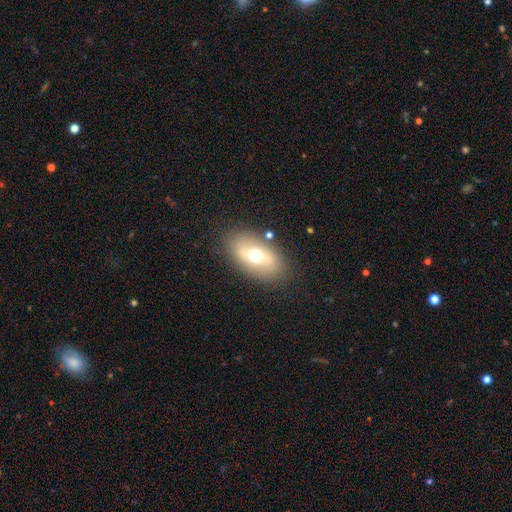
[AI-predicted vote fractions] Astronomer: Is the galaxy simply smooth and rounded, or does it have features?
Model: smooth — 57% (runner-up: featured or disk, 33%).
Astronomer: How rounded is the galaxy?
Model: in between — 87%.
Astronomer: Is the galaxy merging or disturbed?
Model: none — 82%.